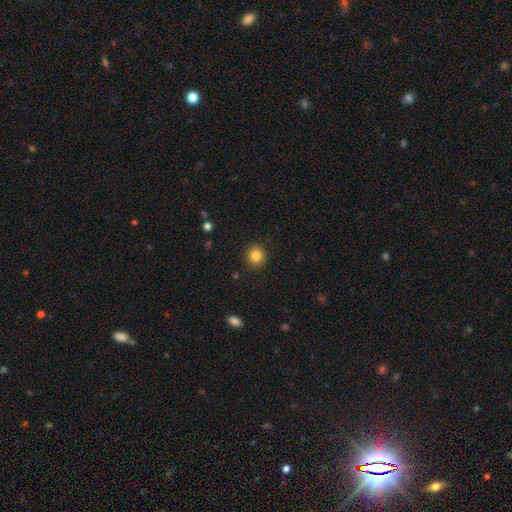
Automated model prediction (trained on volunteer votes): Morphology: type=smooth (84%); roundness=round (92%); merging=none (91%).